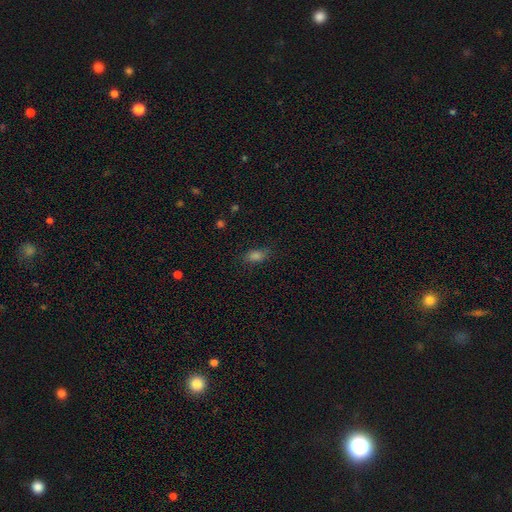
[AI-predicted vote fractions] Q: Smooth or featured?
A: smooth (75%); runner-up: star or artifact (17%)
Q: How rounded?
A: in between (81%); runner-up: round (10%)
Q: Merging?
A: none (76%); runner-up: minor disturbance (17%)